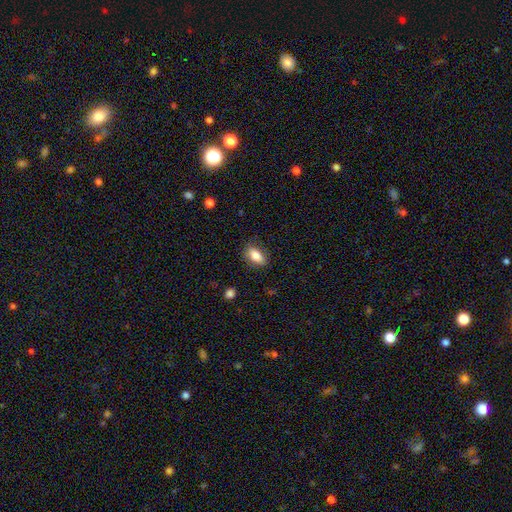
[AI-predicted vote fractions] A smooth galaxy with no disk features (83%) that is in between round and cigar-shaped (88%).

Vote fractions:
- Smooth or featured? smooth: 83% / featured or disk: 9% / star or artifact: 8%
- How rounded? in between: 88% / round: 6% / cigar-shaped: 6%
- Merging? none: 82% / minor disturbance: 14% / major disturbance: 3% / merger: 1%